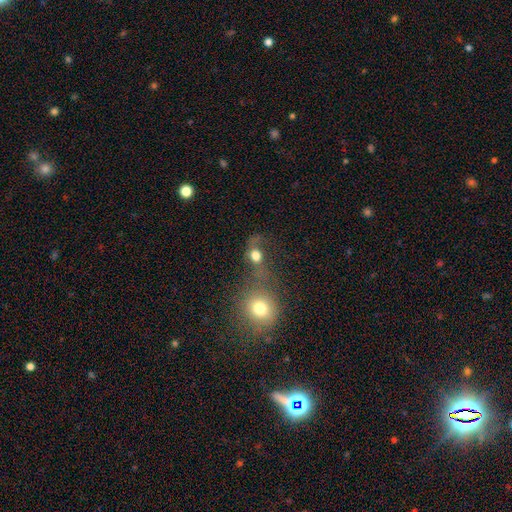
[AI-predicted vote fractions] smooth 67%, featured or disk 19%, star or artifact 14%. Down the decision tree: how rounded — round (64%); merging — merger (43%).